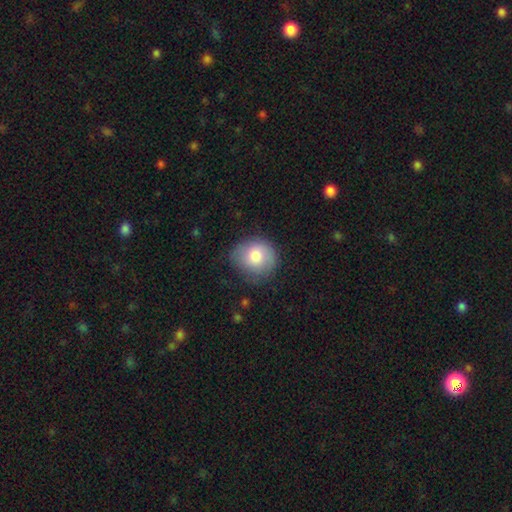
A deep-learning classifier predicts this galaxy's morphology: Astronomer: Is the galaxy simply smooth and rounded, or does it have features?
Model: smooth — 78%.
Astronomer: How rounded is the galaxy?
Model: round — 82%.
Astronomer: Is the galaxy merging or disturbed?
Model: none — 70%.